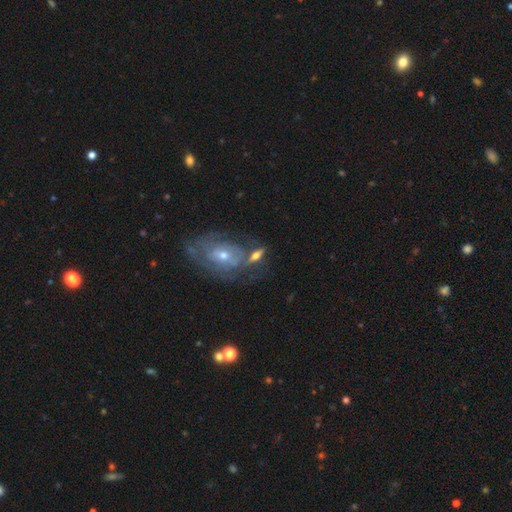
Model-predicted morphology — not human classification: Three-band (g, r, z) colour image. It shows a featured or disk galaxy (54%). Merging: none (43%).